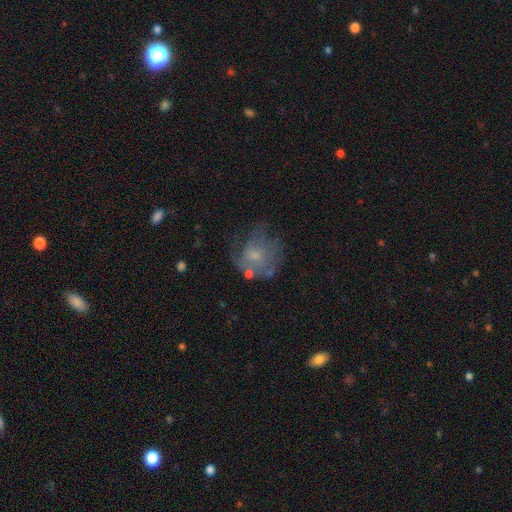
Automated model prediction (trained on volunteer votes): Morphology: type=featured or disk (47%); merging=none (40%).